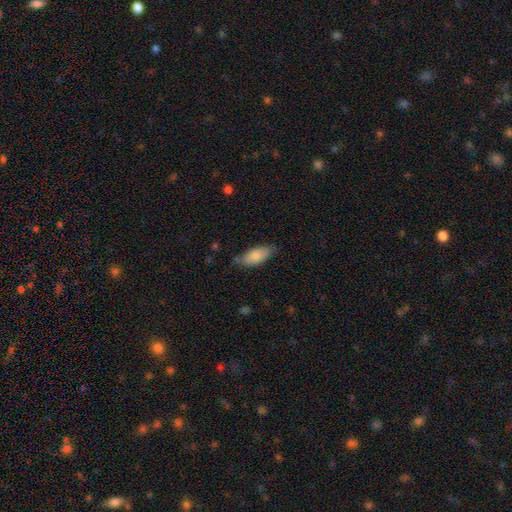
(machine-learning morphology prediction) smooth_or_featured: smooth (p=0.83) [alt: featured or disk p=0.11]
how_rounded: in between (p=0.86) [alt: cigar-shaped p=0.12]
merging: none (p=0.73) [alt: minor disturbance p=0.21]